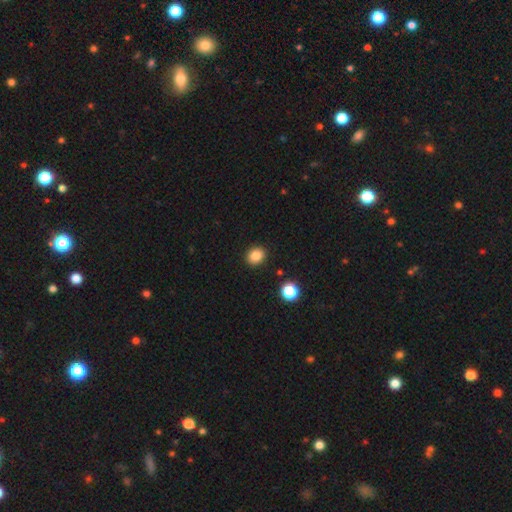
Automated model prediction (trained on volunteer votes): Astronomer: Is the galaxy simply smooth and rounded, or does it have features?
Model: smooth — 85%.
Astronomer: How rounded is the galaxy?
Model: round — 57% (runner-up: in between, 42%).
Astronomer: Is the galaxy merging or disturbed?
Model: none — 89%.